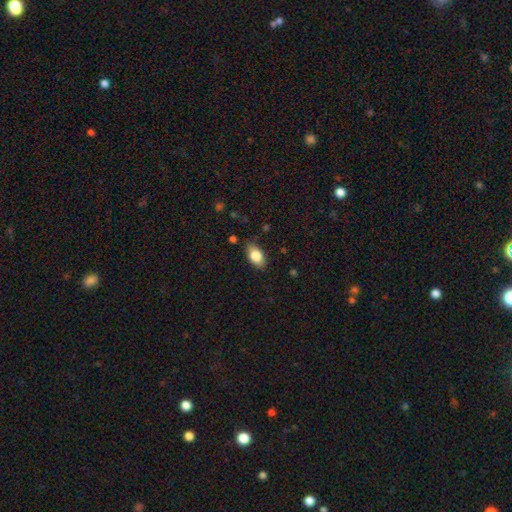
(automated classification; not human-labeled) The model was most divided on "merging": none: 82%, minor disturbance: 14%, major disturbance: 3%, merger: 1%. More confident: how rounded — in between (90%); smooth or featured — smooth (82%).